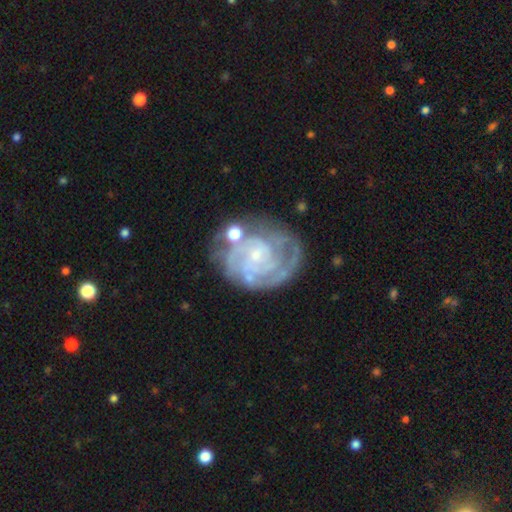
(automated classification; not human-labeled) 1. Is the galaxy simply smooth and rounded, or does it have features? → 87% featured or disk, 7% smooth, 6% star or artifact.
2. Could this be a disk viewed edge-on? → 98% no, 2% yes.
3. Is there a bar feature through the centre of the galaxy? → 70% no, 25% weak, 5% strong.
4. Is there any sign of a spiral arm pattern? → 95% yes, 5% no.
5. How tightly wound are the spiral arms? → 71% tight, 24% medium, 5% loose.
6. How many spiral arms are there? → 30% can't tell, 23% 3, 18% 2, 15% 4, 7% more than 4, 6% 1.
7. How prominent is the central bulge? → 81% small, 11% moderate, 6% none, 1% large, 1% dominant.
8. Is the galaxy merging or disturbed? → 63% none, 20% minor disturbance, 11% major disturbance, 7% merger.